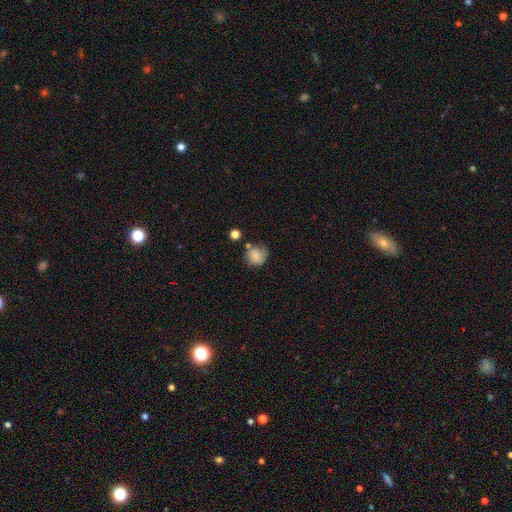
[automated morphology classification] A smooth galaxy with no disk features (75%) that is round (86%). Merging: none (63%).